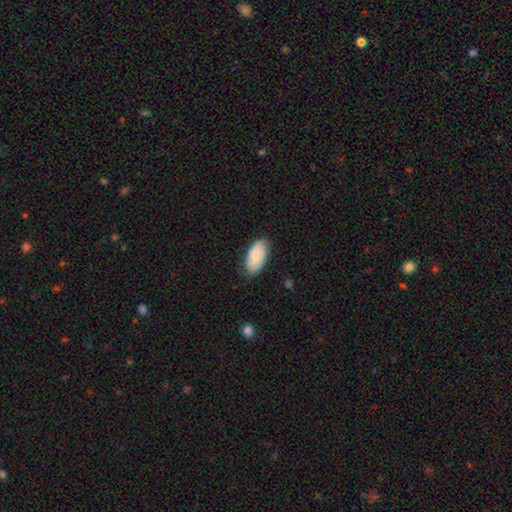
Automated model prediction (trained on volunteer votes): A smooth galaxy with no disk features (72%) that is in between round and cigar-shaped (95%). Merging: none (80%).